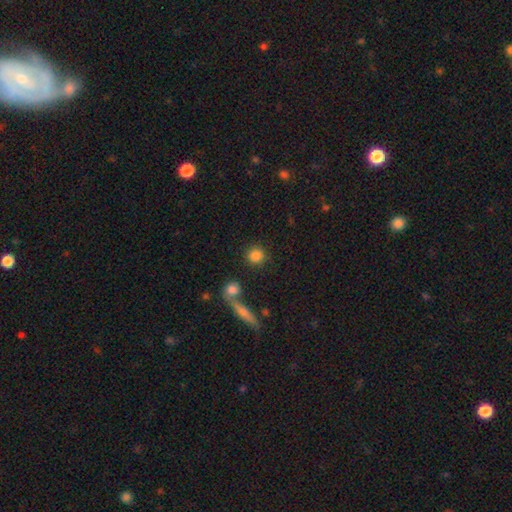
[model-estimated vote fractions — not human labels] Overall: smooth (84%). How rounded: round (88%). Merging: none (80%).